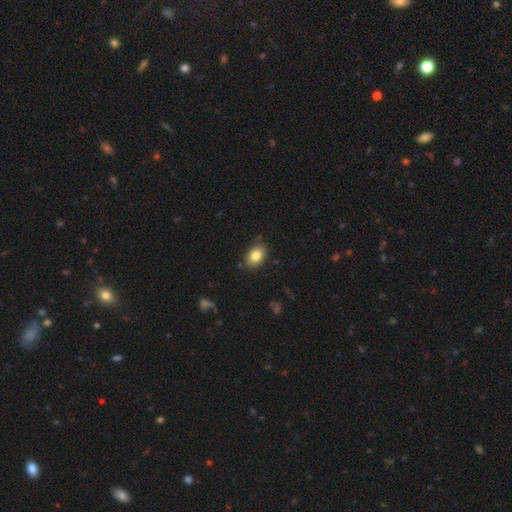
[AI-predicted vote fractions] Smooth or featured? smooth (83%)
How rounded? in between (82%)
Merging? none (83%)